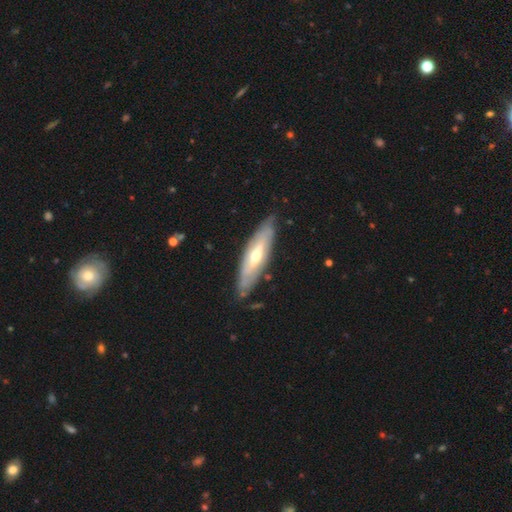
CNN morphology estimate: Smooth or featured: featured or disk — 66% (smooth — 29%)
Edge-on disk: no — 53% (yes — 47%)
Merging: none — 81% (minor disturbance — 15%)